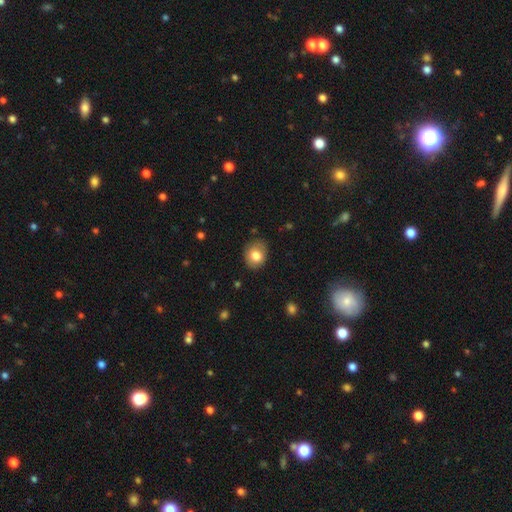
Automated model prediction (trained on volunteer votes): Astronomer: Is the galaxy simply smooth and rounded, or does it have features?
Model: smooth — 80%.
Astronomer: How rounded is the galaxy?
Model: round — 55% (runner-up: in between, 44%).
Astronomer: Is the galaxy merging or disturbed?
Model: none — 80%.